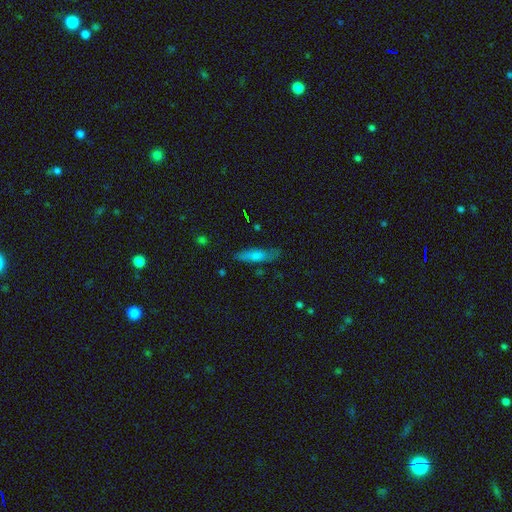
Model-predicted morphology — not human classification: Overall: smooth (71%). How rounded: cigar-shaped (61%; in between 36%). Merging: none (75%).